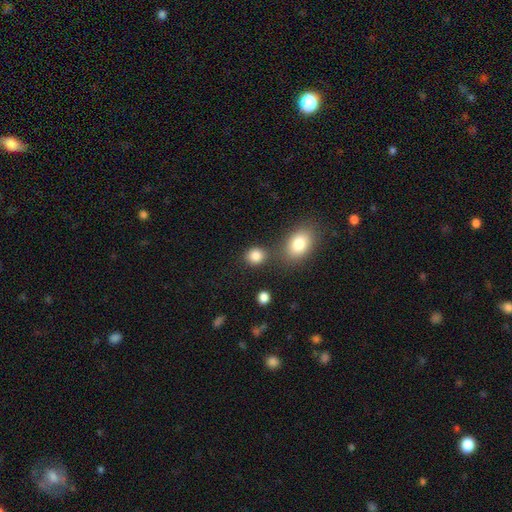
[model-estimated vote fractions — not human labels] Smooth or featured? smooth (85%)
How rounded? round (72%)
Merging? none (72%)